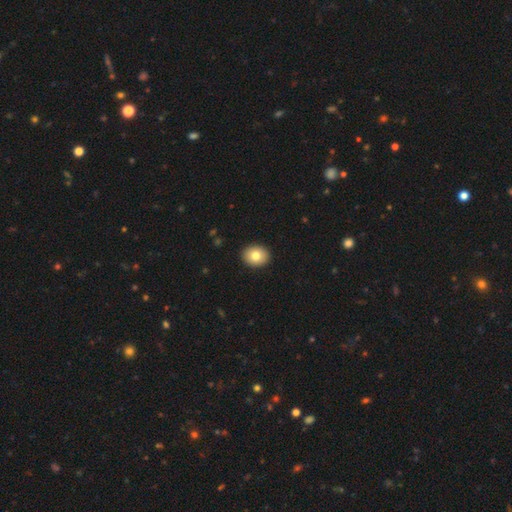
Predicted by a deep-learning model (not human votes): Smooth or featured?
  - smooth: 79% *
  - featured or disk: 12%
  - star or artifact: 8%
How rounded?
  - round: 51% *
  - in between: 48%
  - cigar-shaped: 1%
Merging?
  - none: 92% *
  - minor disturbance: 6%
  - major disturbance: 2%
  - merger: 1%